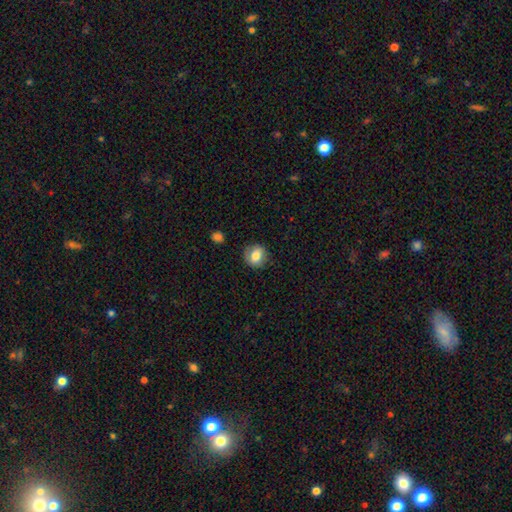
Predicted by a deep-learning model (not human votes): Smooth or featured? Predicted: smooth (p=0.76). How rounded? Predicted: round (p=0.73). Merging? Predicted: none (p=0.81).